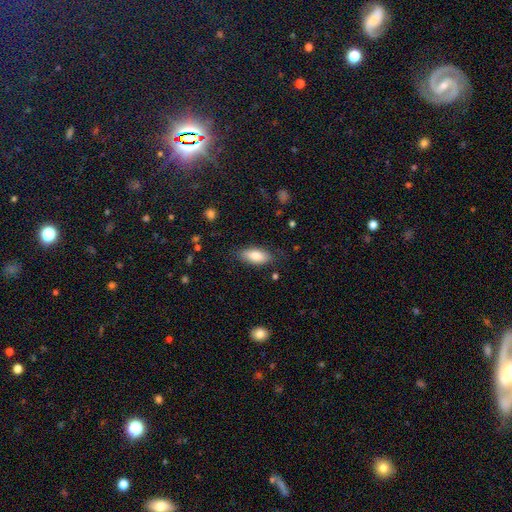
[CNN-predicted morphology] Overall: smooth (81%). How rounded: in between (87%). Merging: none (80%).